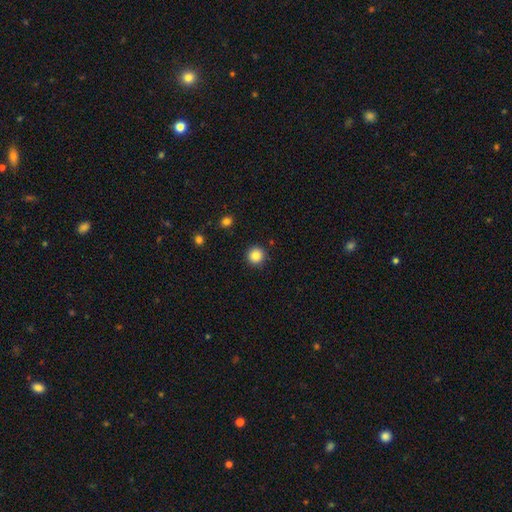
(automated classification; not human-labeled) This is clearly a smooth galaxy (86%). How rounded: clearly round (95%). Merging: clearly none (91%).